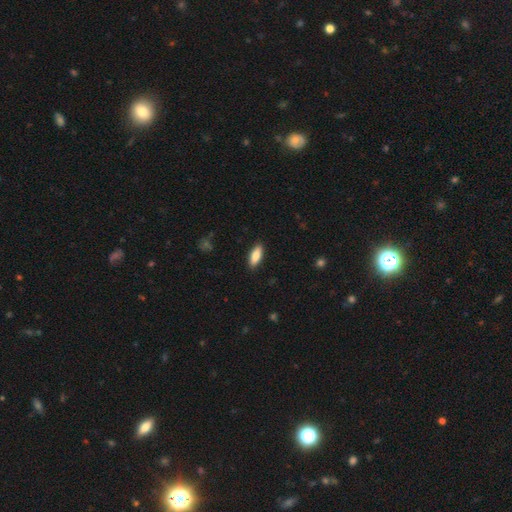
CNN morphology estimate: A smooth galaxy with no disk features (86%) that is in between round and cigar-shaped (73%). Merging: none (89%).